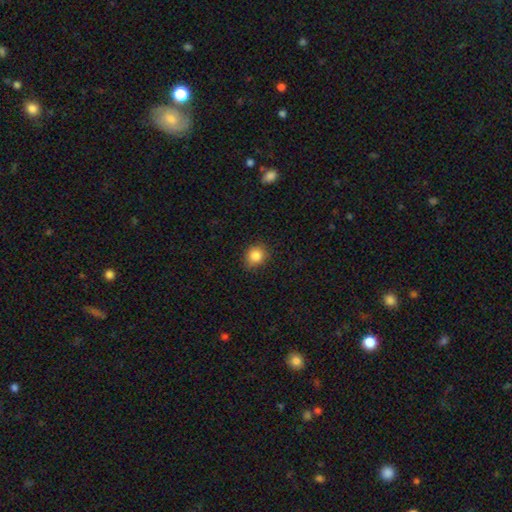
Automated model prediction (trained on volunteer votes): The model was most divided on "how rounded": round: 75%, in between: 24%, cigar-shaped: 1%. More confident: smooth or featured — smooth (85%); merging — none (81%).